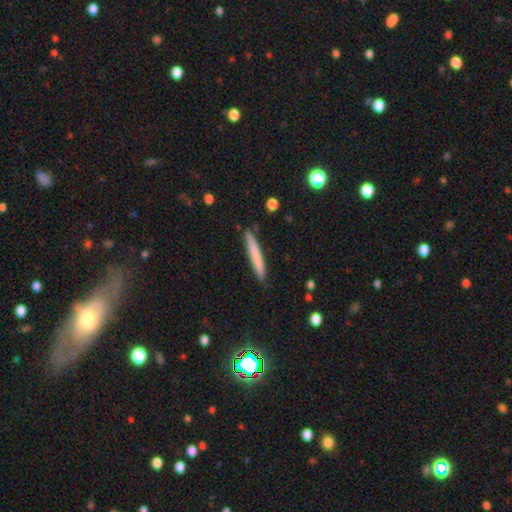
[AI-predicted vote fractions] Smooth or featured? Predicted: smooth (p=0.73). How rounded? Predicted: cigar-shaped (p=0.96). Merging? Predicted: none (p=0.88).